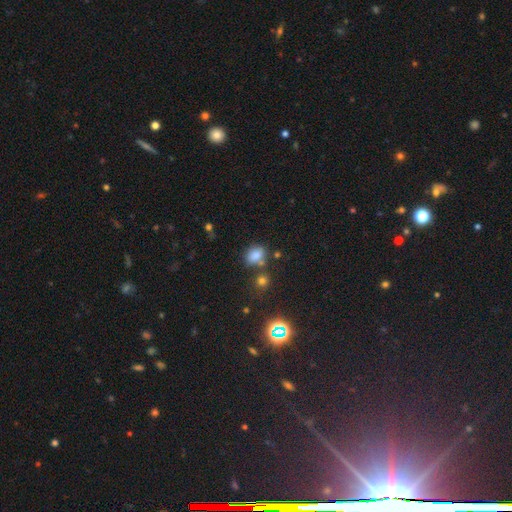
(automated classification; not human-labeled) Overall: smooth (78%). How rounded: in between (60%; round 39%). Merging: none (59%).